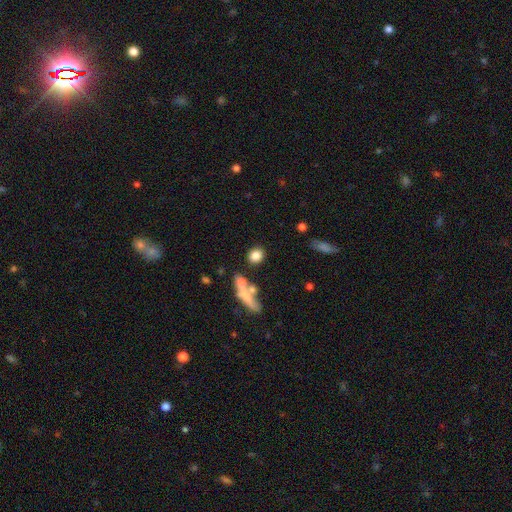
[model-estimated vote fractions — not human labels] smooth_or_featured: smooth (p=0.81) [alt: star or artifact p=0.10]
how_rounded: round (p=0.67) [alt: in between p=0.28]
merging: none (p=0.76) [alt: merger p=0.10]